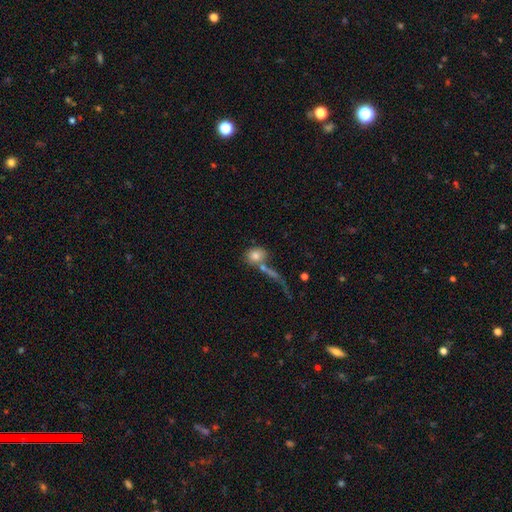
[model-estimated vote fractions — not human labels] Overall: smooth (78%). How rounded: round (58%; in between 39%). Merging: none (44%; merger 33%).